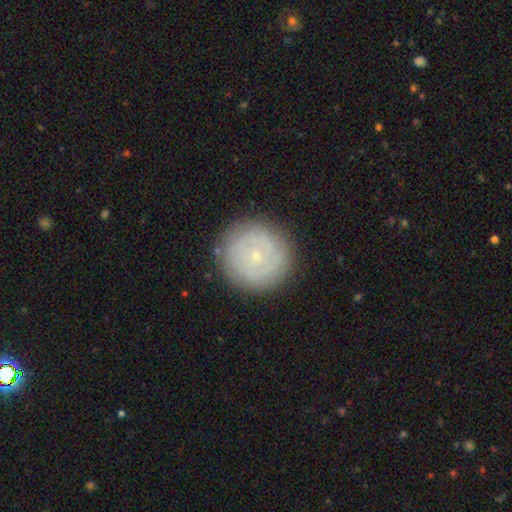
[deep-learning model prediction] smooth-or-featured: featured or disk: 65% | smooth: 26% | star or artifact: 8%
  disk-edge-on: no: 98% | yes: 2%
    bar: no: 82% | weak: 14% | strong: 4%
    has-spiral-arms: yes: 80% | no: 20%
      spiral-winding: tight: 80% | medium: 15% | loose: 5%
      spiral-arm-count: can't tell: 36% | 2: 34% | 3: 13% | 4: 6% | 1: 6% | more than 4: 5%
    bulge-size: small: 85% | moderate: 11% | none: 2% | large: 1% | dominant: 1%
  merging: none: 88% | minor disturbance: 8% | major disturbance: 3% | merger: 1%